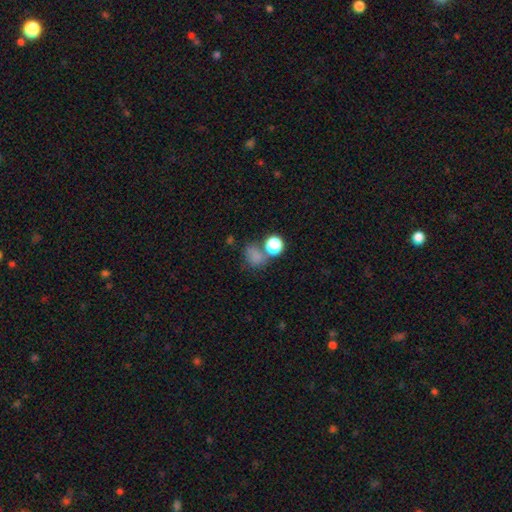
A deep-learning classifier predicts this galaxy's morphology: The model was most divided on "merging": none: 45%, merger: 27%, minor disturbance: 15%, major disturbance: 13%. More confident: smooth or featured — smooth (73%); how rounded — round (60%).